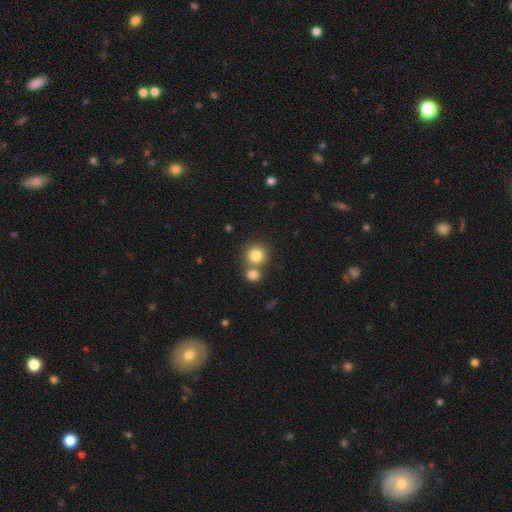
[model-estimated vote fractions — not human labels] Smooth or featured: smooth — 81% (star or artifact — 11%)
How rounded: round — 90% (in between — 9%)
Merging: none — 58% (merger — 32%)